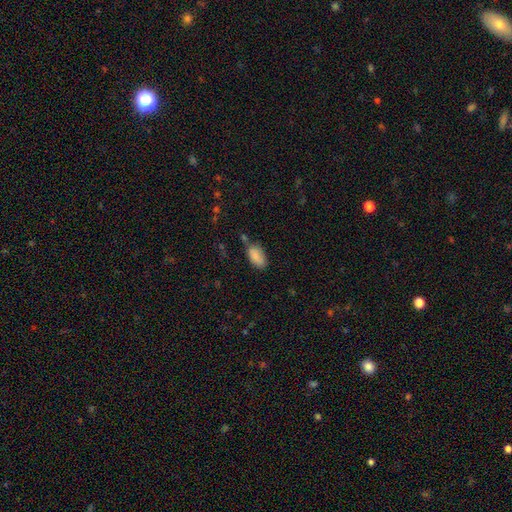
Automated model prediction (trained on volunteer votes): smooth-or-featured: smooth: 87% | star or artifact: 7% | featured or disk: 6%
  how-rounded: in between: 93% | round: 4% | cigar-shaped: 3%
  merging: none: 63% | minor disturbance: 23% | merger: 9% | major disturbance: 5%